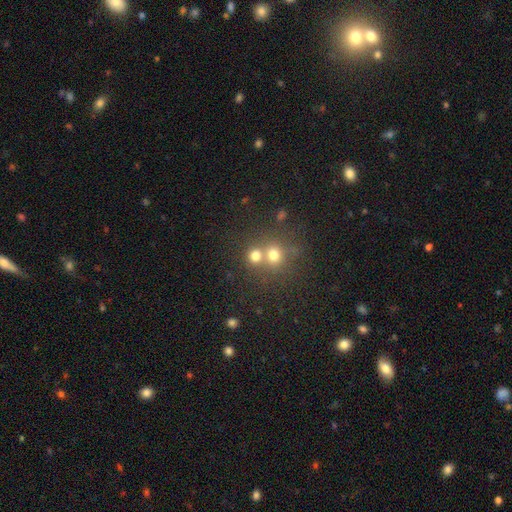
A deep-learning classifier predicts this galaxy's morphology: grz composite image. It shows a smooth galaxy with no disk features (71%) that is round (84%). Merging: merger (46%).